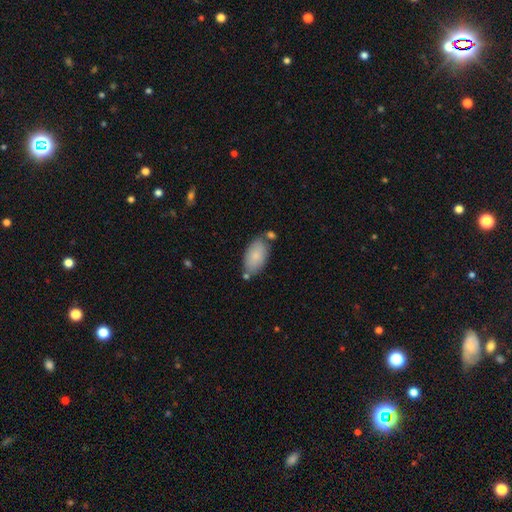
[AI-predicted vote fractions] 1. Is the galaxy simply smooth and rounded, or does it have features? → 82% smooth, 11% featured or disk, 6% star or artifact.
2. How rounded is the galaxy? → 95% in between, 3% round, 2% cigar-shaped.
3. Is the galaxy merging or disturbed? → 69% none, 17% minor disturbance, 10% merger, 4% major disturbance.